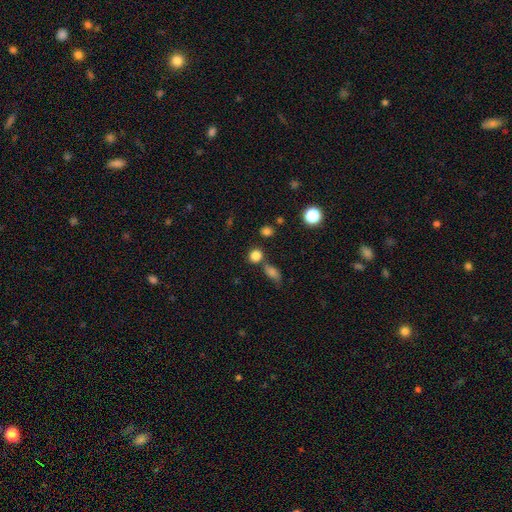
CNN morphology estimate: Smooth or featured: smooth — 81% (star or artifact — 13%)
How rounded: round — 76% (in between — 23%)
Merging: none — 65% (merger — 21%)